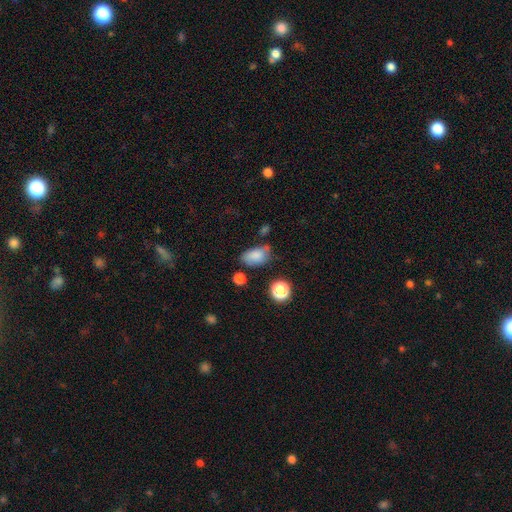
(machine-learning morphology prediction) A smooth galaxy with no disk features (80%) that is in between round and cigar-shaped (88%). Merging: none (55%).